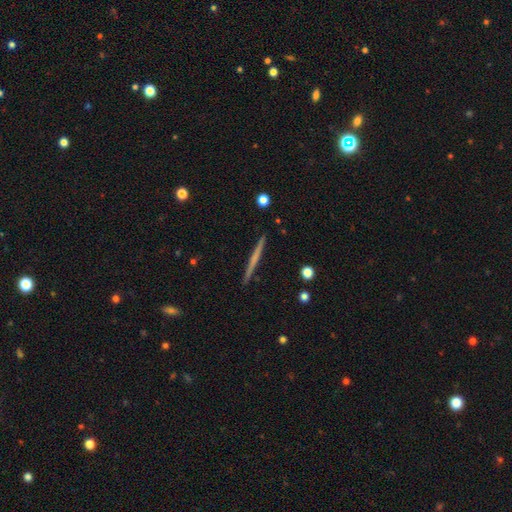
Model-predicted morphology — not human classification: Smooth or featured: featured or disk — 54% (smooth — 40%)
Edge-on disk: yes — 98% (no — 2%)
Edge-on bulge: none — 80% (rounded — 15%)
Merging: none — 92% (minor disturbance — 5%)